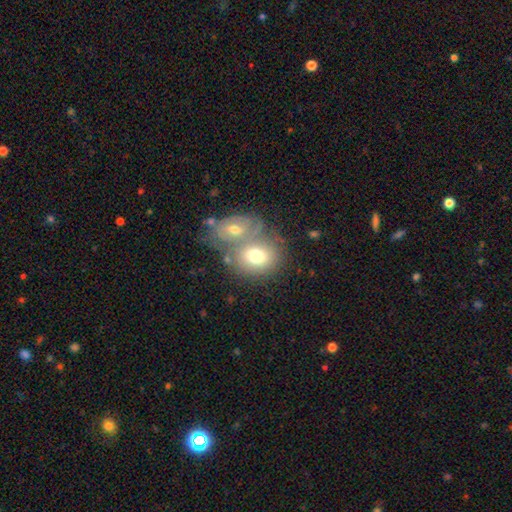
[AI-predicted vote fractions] The model was most divided on "how rounded": round: 50%, in between: 49%, cigar-shaped: 1%. More confident: smooth or featured — smooth (66%); merging — merger (52%).